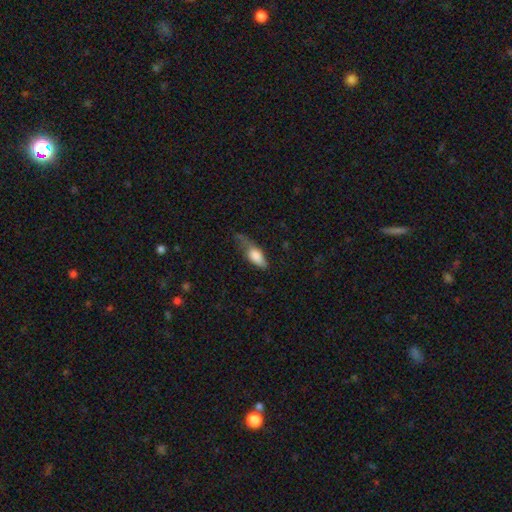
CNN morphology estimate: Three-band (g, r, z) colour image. It shows a smooth galaxy with no disk features (77%) that is in between round and cigar-shaped (78%). Merging: minor disturbance (37%).